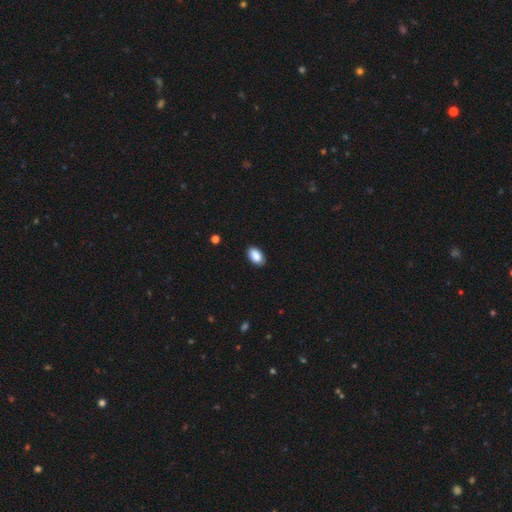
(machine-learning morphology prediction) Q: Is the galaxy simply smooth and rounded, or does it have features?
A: smooth — 89%.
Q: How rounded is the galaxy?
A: in between — 94%.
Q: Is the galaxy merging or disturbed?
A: none — 88%.